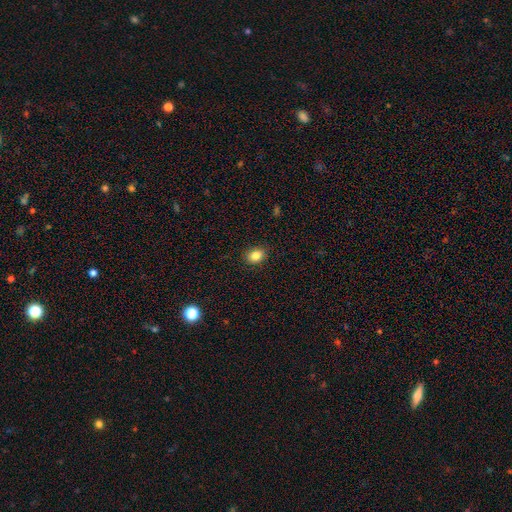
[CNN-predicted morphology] This appears to be a smooth galaxy with no disk features (85%) that is in between round and cigar-shaped (57%). Merging: none (88%).